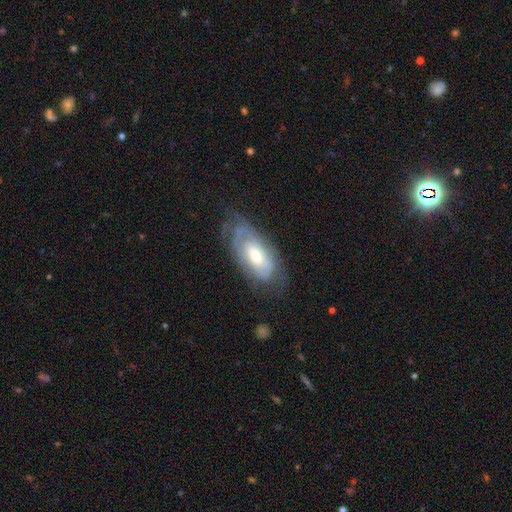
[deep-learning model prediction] Overall: featured or disk (69%). Edge-on disk: no (90%). Bar: no (60%; weak 31%). Spiral arms: yes (75%). Bulge size: moderate (64%). Merging: none (59%; minor disturbance 26%).